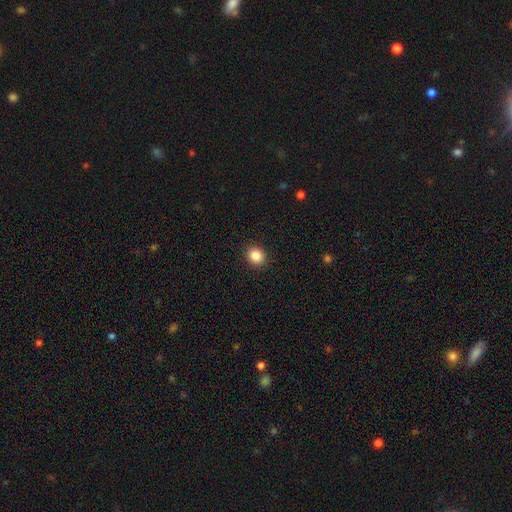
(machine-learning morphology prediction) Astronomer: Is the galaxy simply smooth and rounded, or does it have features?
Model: smooth — 86%.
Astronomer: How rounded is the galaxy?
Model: round — 78%.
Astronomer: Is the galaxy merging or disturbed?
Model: none — 91%.